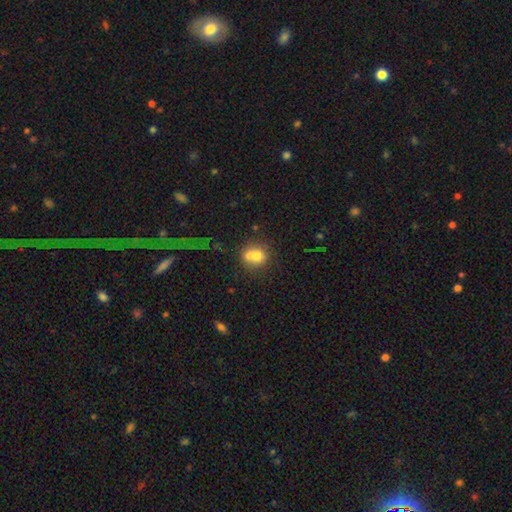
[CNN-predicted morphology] smooth 67%, featured or disk 22%, star or artifact 11%. Down the decision tree: how rounded — round (74%); merging — merger (56%).